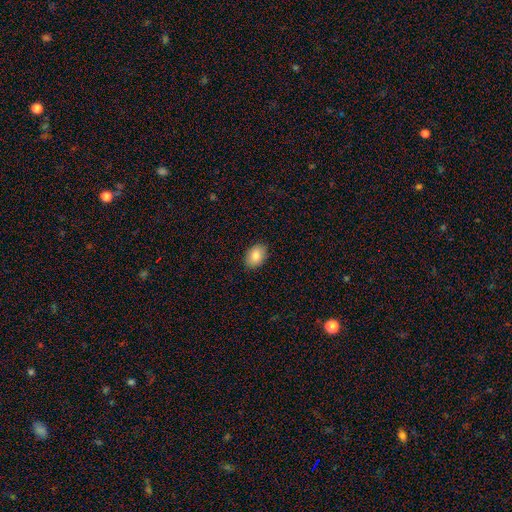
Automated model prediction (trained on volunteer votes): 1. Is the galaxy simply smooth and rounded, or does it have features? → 86% smooth, 7% star or artifact, 7% featured or disk.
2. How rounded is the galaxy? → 82% in between, 16% round, 1% cigar-shaped.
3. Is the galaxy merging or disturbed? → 89% none, 8% minor disturbance, 2% major disturbance, 1% merger.